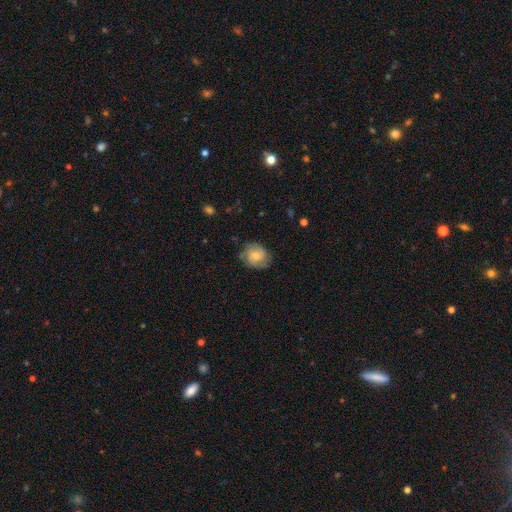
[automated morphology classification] Smooth or featured? Predicted: featured or disk (p=0.51). Edge-on disk? Predicted: no (p=0.97). Merging? Predicted: none (p=0.73).